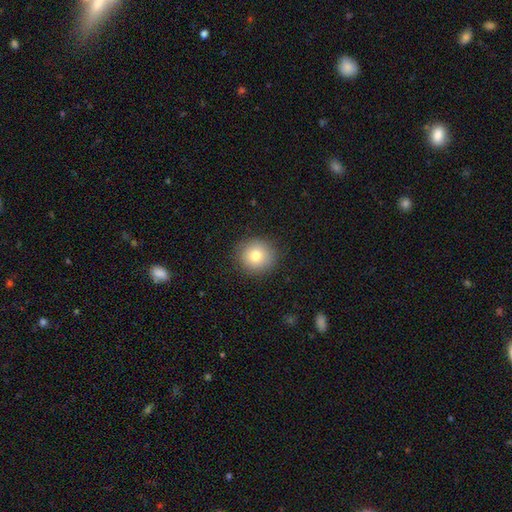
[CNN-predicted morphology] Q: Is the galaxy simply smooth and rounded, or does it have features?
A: smooth — 78%.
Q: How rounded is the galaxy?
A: round — 92%.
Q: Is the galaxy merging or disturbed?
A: none — 90%.